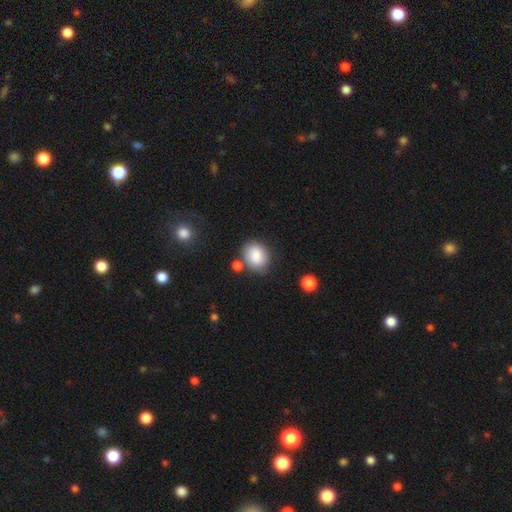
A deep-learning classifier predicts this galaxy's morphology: smooth 86%, star or artifact 8%, featured or disk 6%. Down the decision tree: how rounded — round (51%); merging — none (68%).